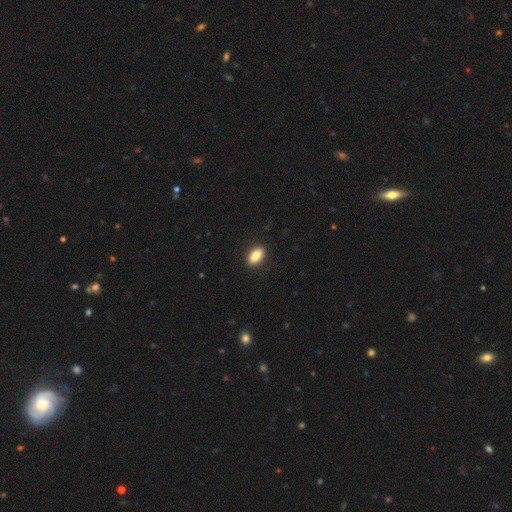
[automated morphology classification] Smooth or featured? smooth (87%)
How rounded? in between (90%)
Merging? none (89%)